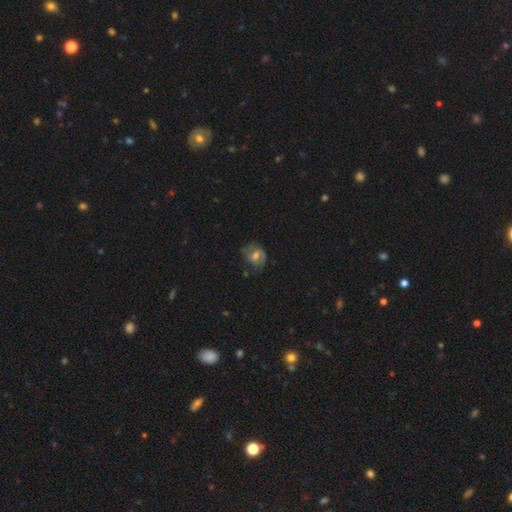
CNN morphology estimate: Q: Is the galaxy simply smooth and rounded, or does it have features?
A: smooth — 53%.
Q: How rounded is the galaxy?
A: round — 55%.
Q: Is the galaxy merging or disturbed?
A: none — 53%.